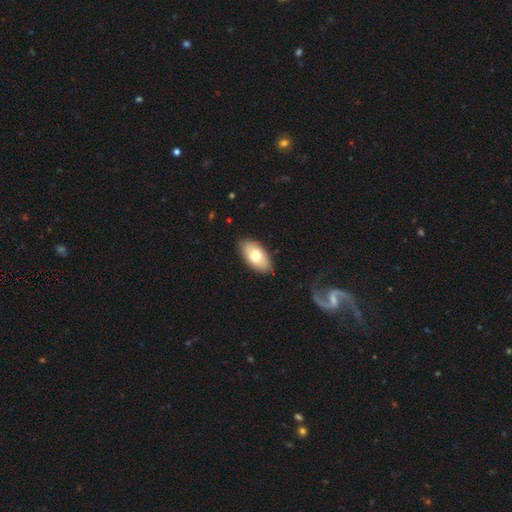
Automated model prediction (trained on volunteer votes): smooth_or_featured: smooth (p=0.70) [alt: featured or disk p=0.24]
how_rounded: in between (p=0.93) [alt: round p=0.03]
merging: none (p=0.86) [alt: minor disturbance p=0.11]